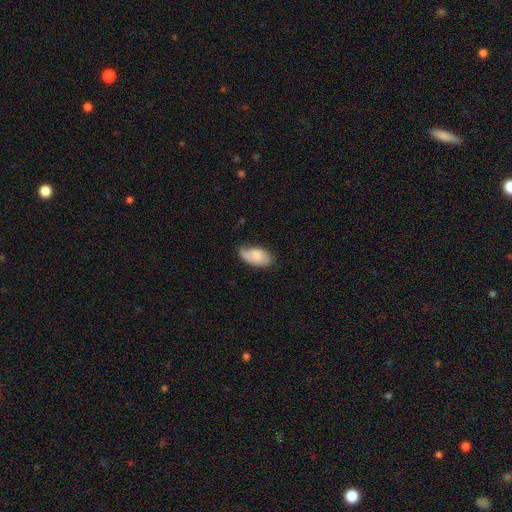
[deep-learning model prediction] Smooth or featured? Predicted: smooth (p=0.66). How rounded? Predicted: in between (p=0.94). Merging? Predicted: none (p=0.49).